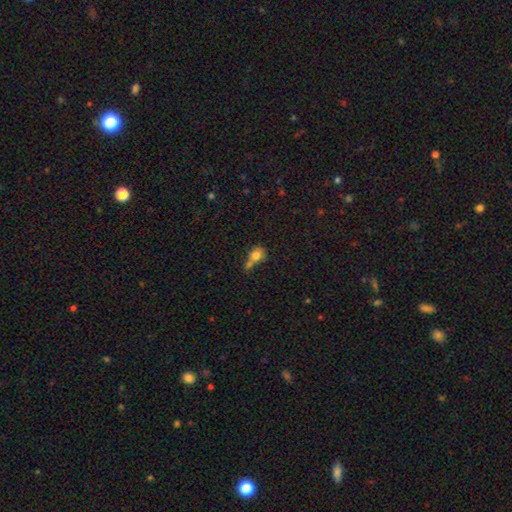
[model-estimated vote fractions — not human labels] smooth 76%, featured or disk 13%, star or artifact 11%. Down the decision tree: how rounded — round (54%); merging — merger (45%).